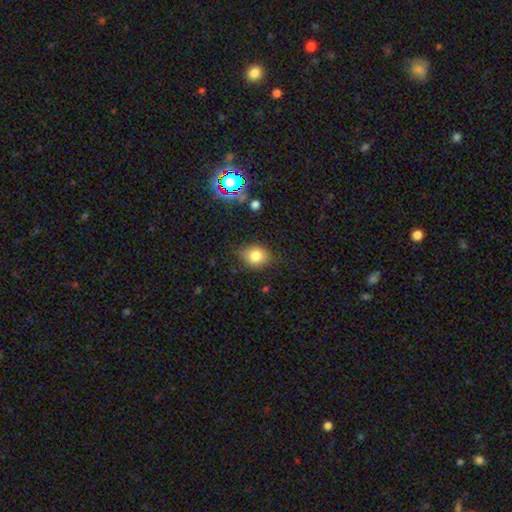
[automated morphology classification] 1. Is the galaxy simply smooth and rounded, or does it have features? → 79% smooth, 12% star or artifact, 9% featured or disk.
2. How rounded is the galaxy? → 58% round, 40% in between, 1% cigar-shaped.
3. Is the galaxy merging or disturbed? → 73% none, 20% minor disturbance, 5% major disturbance, 2% merger.